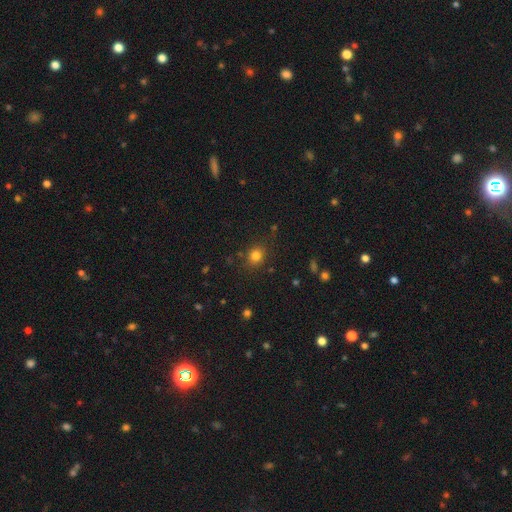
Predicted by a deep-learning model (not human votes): A smooth galaxy with no disk features (80%) that is round (71%).

Vote fractions:
- Smooth or featured? smooth: 80% / star or artifact: 14% / featured or disk: 6%
- How rounded? round: 71% / in between: 28% / cigar-shaped: 1%
- Merging? none: 83% / minor disturbance: 11% / major disturbance: 4% / merger: 2%